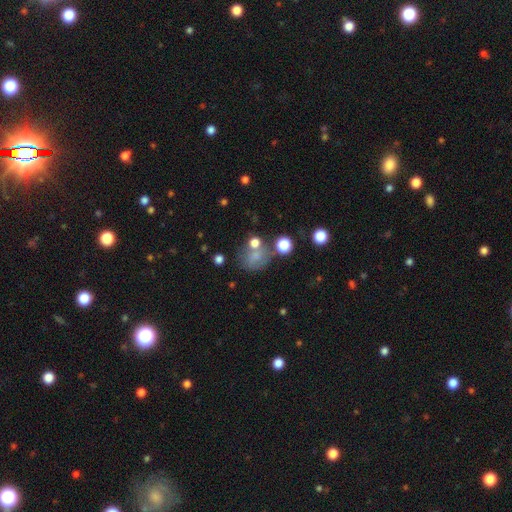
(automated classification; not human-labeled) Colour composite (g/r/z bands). It shows a smooth galaxy with no disk features (65%) that is round (70%). Merging: none (50%).